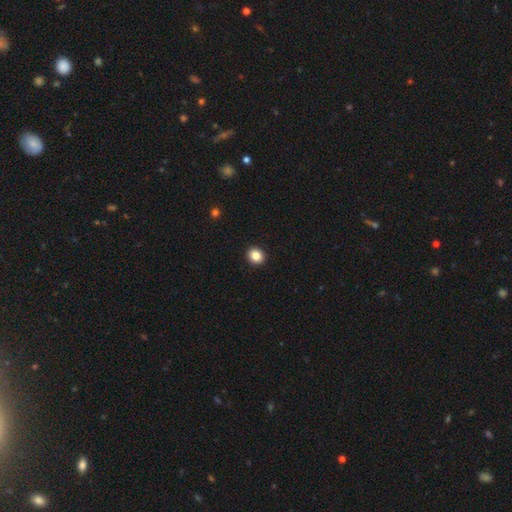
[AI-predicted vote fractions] Smooth or featured? smooth (85%)
How rounded? round (78%)
Merging? none (93%)